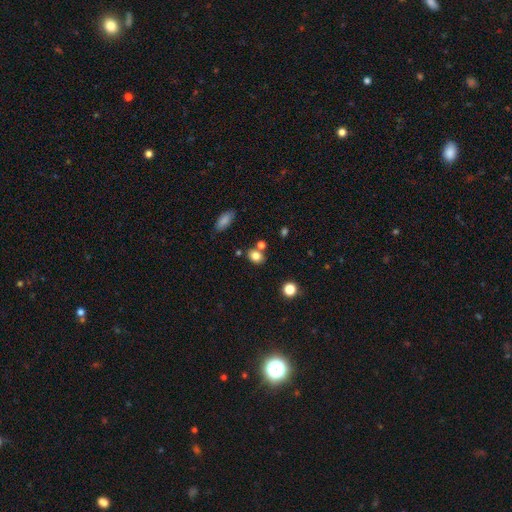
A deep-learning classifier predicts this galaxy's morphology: The model was most divided on "how rounded": in between: 53%, round: 46%, cigar-shaped: 1%. More confident: smooth or featured — smooth (80%); merging — none (67%).